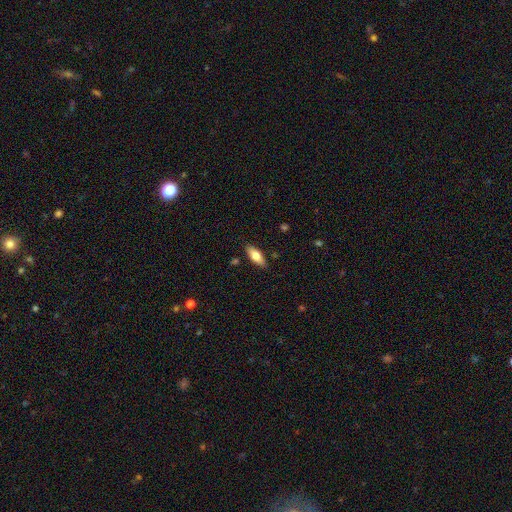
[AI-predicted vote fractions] A smooth galaxy with no disk features (71%) that is in between round and cigar-shaped (73%). Merging: none (87%).